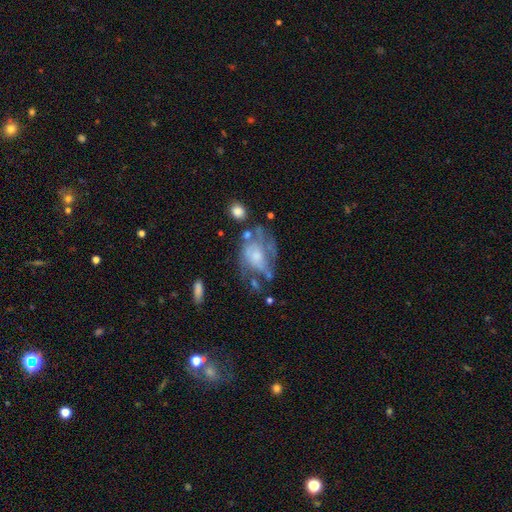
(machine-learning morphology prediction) Smooth or featured?
  - featured or disk: 62% *
  - smooth: 28%
  - star or artifact: 10%
Edge-on disk?
  - no: 96% *
  - yes: 4%
Bar?
  - no: 79% *
  - weak: 17%
  - strong: 3%
Spiral arms?
  - no: 55% *
  - yes: 45%
Bulge size?
  - moderate: 40% *
  - small: 33%
  - none: 14%
  - large: 11%
  - dominant: 2%
Merging?
  - major disturbance: 34% *
  - none: 32%
  - minor disturbance: 23%
  - merger: 12%